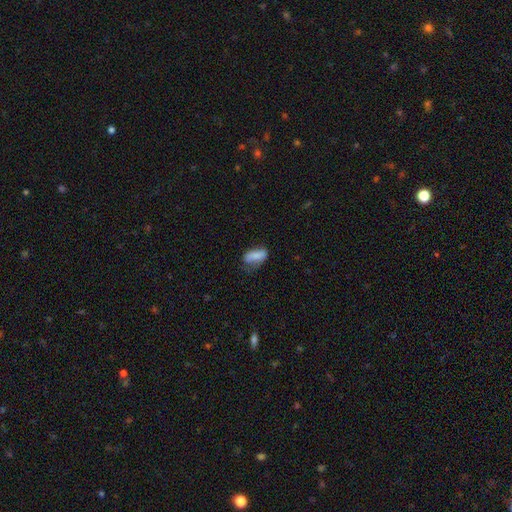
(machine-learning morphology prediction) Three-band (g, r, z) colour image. It shows a smooth galaxy with no disk features (79%) that is in between round and cigar-shaped (82%). Merging: none (49%).